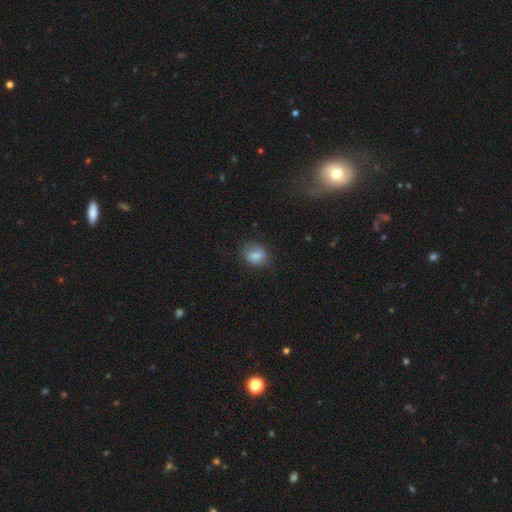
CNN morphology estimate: Q: Smooth or featured?
A: smooth (75%); runner-up: featured or disk (16%)
Q: How rounded?
A: in between (53%); runner-up: round (45%)
Q: Merging?
A: none (70%); runner-up: minor disturbance (22%)